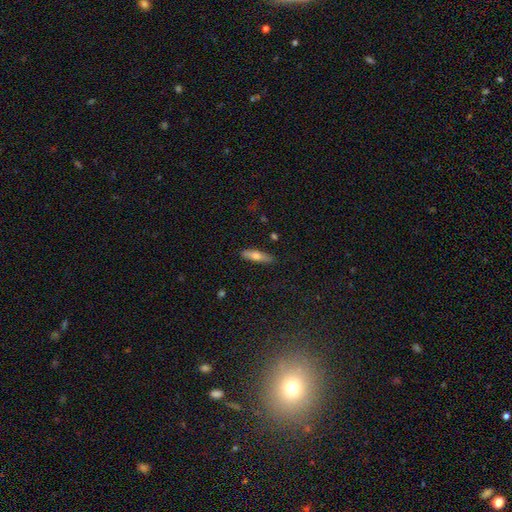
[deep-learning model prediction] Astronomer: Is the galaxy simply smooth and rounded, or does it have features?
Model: smooth — 61%.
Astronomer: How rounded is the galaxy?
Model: cigar-shaped — 66%.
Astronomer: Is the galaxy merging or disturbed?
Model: none — 86%.